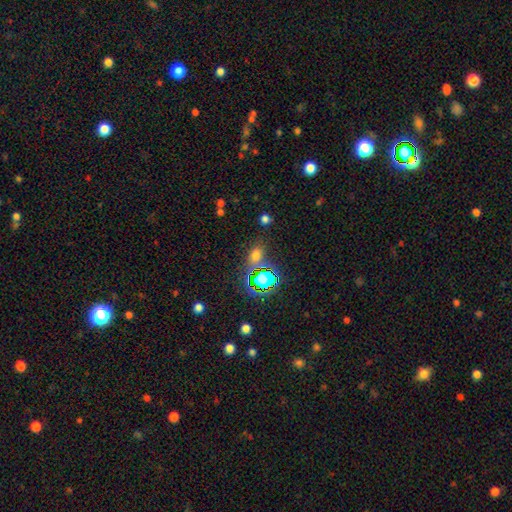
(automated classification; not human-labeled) Morphology: type=smooth (58%); roundness=in between (63%); merging=none (74%).